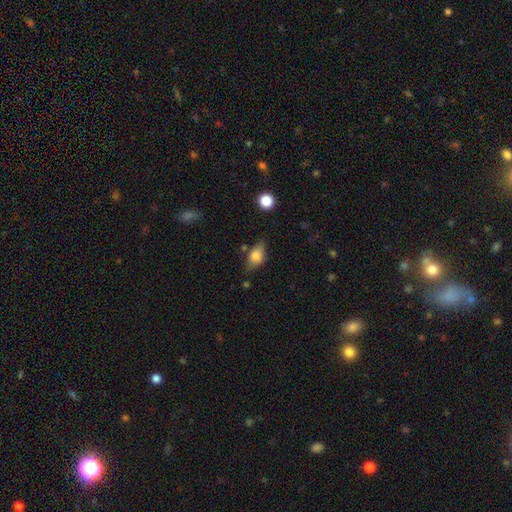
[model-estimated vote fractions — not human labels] Overall: smooth (73%). How rounded: in between (81%). Merging: none (60%; minor disturbance 28%).